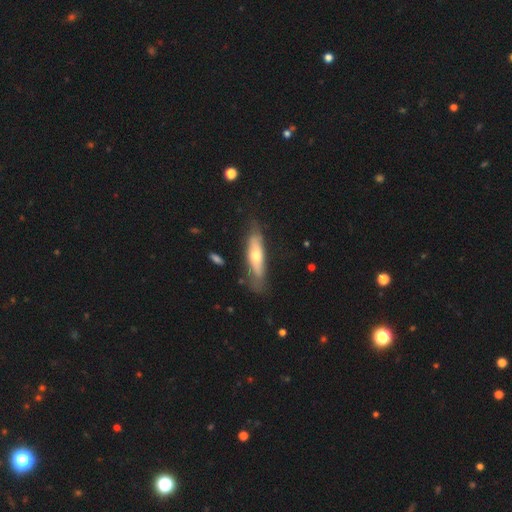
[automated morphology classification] type=featured or disk (50%); merging=none (70%).